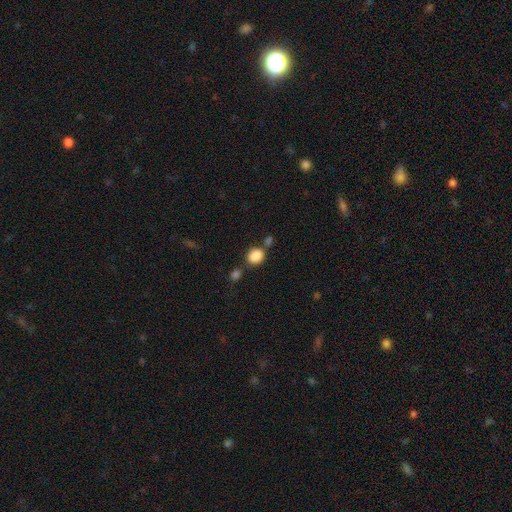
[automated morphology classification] Overall: smooth (86%). How rounded: round (58%; in between 41%). Merging: none (62%).